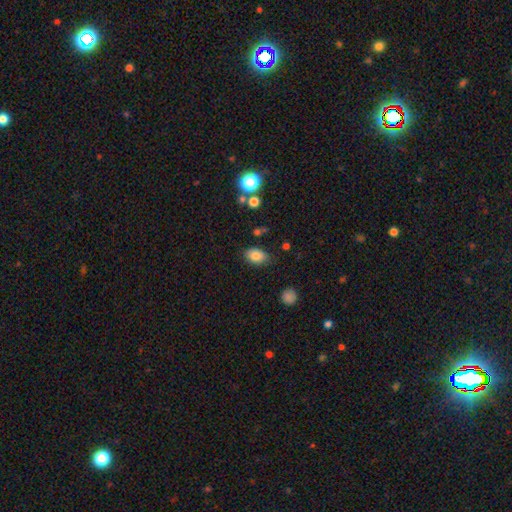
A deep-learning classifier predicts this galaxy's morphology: Overall: smooth (81%). How rounded: in between (85%). Merging: none (77%).